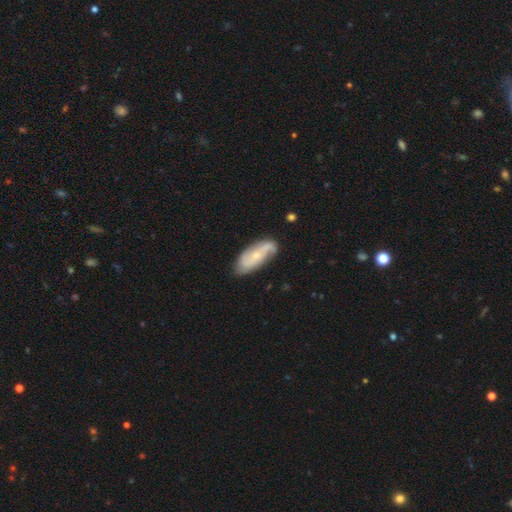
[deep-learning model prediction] Smooth or featured? Predicted: featured or disk (p=0.67). Edge-on disk? Predicted: no (p=0.90). Bar? Predicted: no (p=0.62). Spiral arms? Predicted: yes (p=0.89). Spiral winding? Predicted: medium (p=0.40). Spiral arm count? Predicted: 2 (p=0.65). Bulge size? Predicted: small (p=0.66). Merging? Predicted: none (p=0.71).